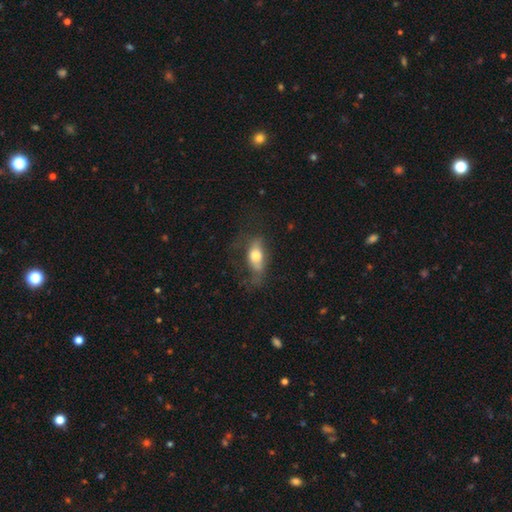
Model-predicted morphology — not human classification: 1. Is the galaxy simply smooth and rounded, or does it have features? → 64% smooth, 28% featured or disk, 8% star or artifact.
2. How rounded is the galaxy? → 79% in between, 13% cigar-shaped, 7% round.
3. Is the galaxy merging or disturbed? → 46% none, 28% minor disturbance, 23% major disturbance, 2% merger.